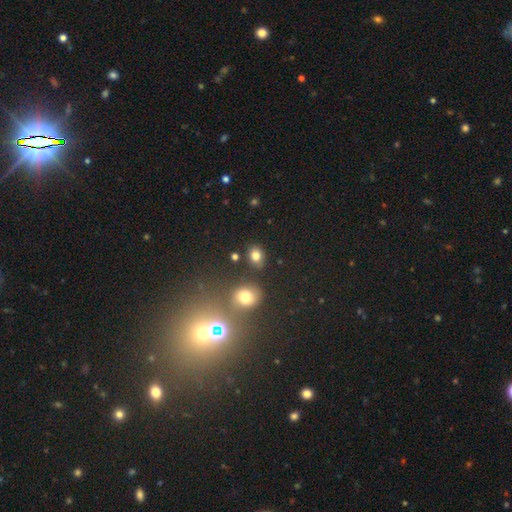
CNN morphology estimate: smooth 79%, star or artifact 14%, featured or disk 7%. Down the decision tree: how rounded — round (50%); merging — none (79%).